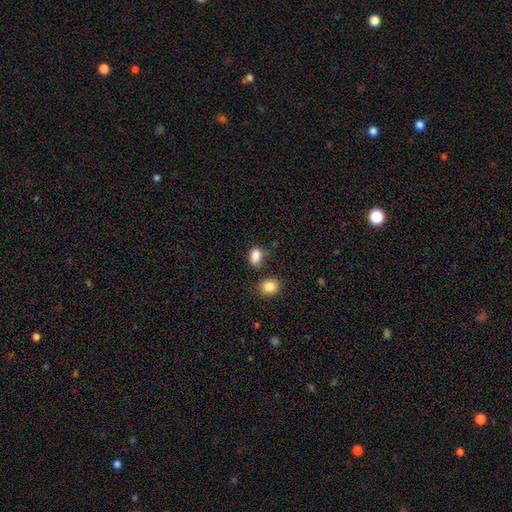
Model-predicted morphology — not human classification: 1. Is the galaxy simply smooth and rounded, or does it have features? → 86% smooth, 9% star or artifact, 5% featured or disk.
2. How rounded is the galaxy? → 79% in between, 19% round, 2% cigar-shaped.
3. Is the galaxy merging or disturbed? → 68% none, 18% minor disturbance, 9% merger, 5% major disturbance.